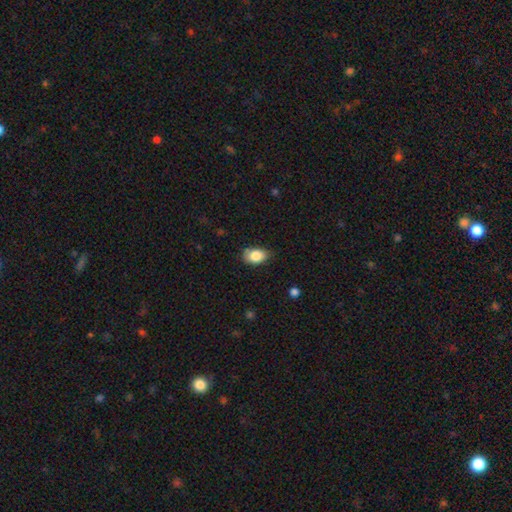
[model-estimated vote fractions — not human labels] Smooth or featured? smooth (85%)
How rounded? in between (85%)
Merging? none (71%)